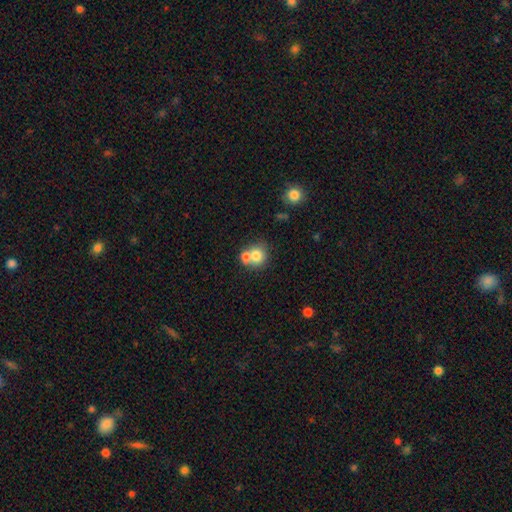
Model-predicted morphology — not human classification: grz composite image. It shows a smooth galaxy with no disk features (75%) that is round (83%). Merging: merger (48%).